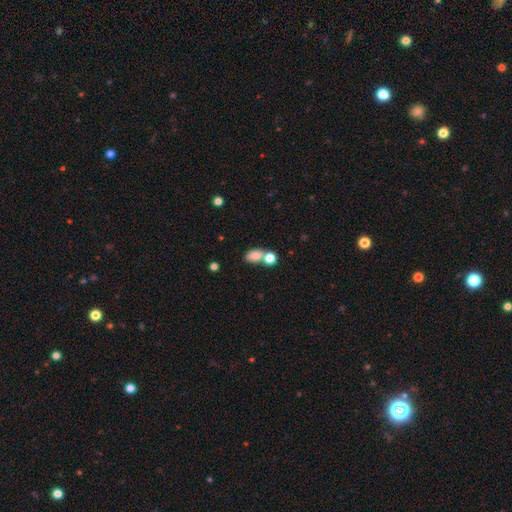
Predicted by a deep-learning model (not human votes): The model was most divided on "merging": none: 44%, merger: 41%, minor disturbance: 11%, major disturbance: 5%. More confident: smooth or featured — smooth (82%); how rounded — in between (78%).